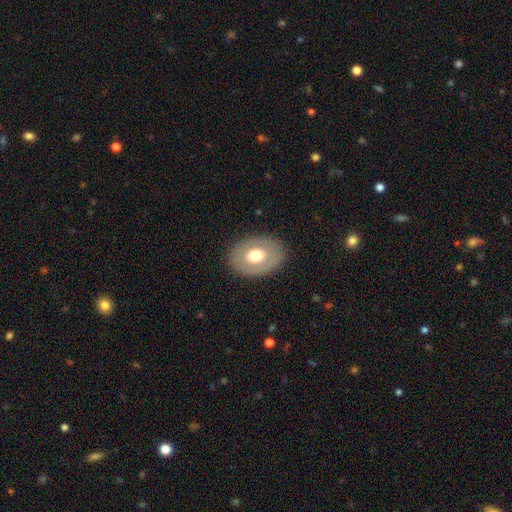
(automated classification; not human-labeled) smooth-or-featured: smooth: 56% | featured or disk: 37% | star or artifact: 6%
  how-rounded: in between: 75% | round: 24% | cigar-shaped: 1%
  merging: none: 85% | minor disturbance: 10% | major disturbance: 4% | merger: 1%